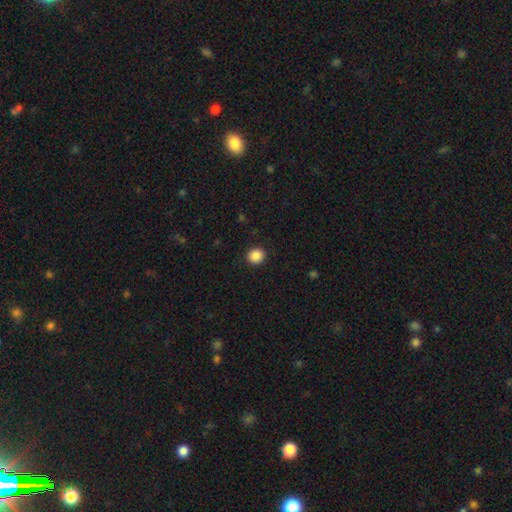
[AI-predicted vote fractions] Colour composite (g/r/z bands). It shows a smooth galaxy with no disk features (88%) that is round (86%). Merging: none (92%).